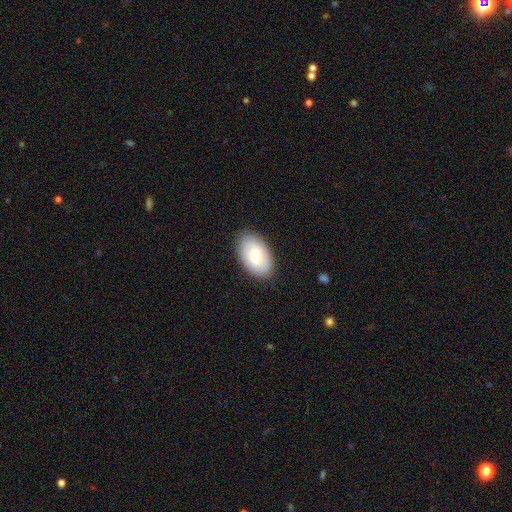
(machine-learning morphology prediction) type=smooth (73%); roundness=in between (93%); merging=none (87%).